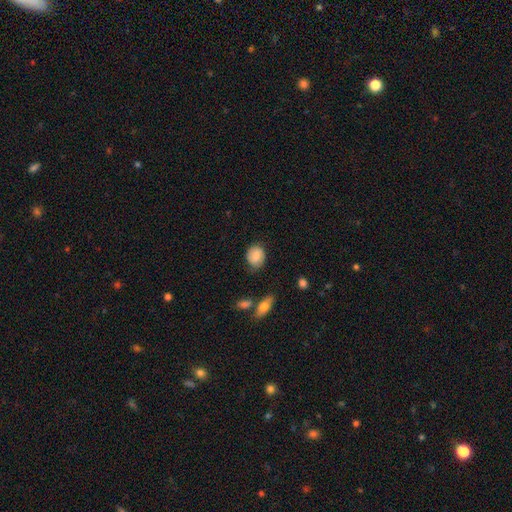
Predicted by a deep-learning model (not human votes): Smooth or featured? smooth (74%)
How rounded? round (59%)
Merging? none (72%)